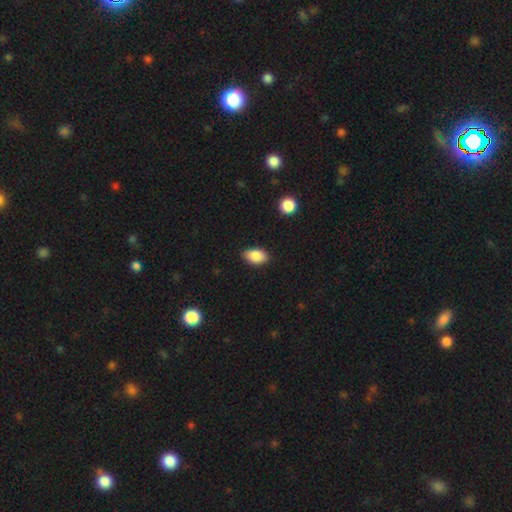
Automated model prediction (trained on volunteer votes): This is clearly a smooth galaxy (88%). How rounded: clearly in between (91%). Merging: clearly none (86%).